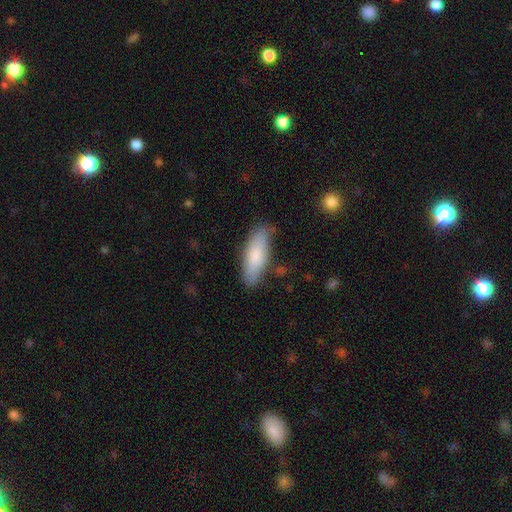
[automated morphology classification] Overall: smooth (79%). How rounded: in between (61%; cigar-shaped 37%). Merging: none (77%).